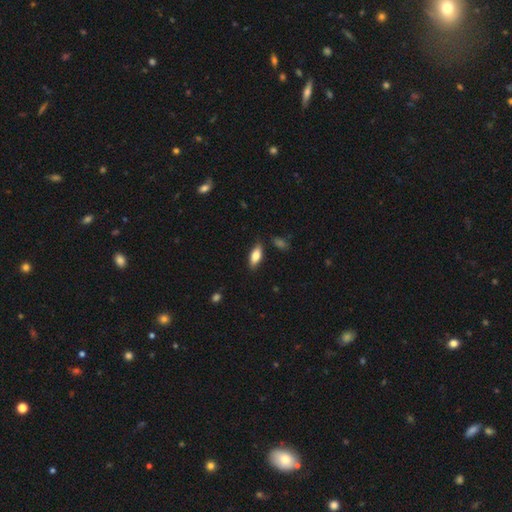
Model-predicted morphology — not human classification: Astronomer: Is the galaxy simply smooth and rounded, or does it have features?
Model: smooth — 76%.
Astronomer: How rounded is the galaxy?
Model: in between — 78%.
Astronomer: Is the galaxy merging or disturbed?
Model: none — 83%.